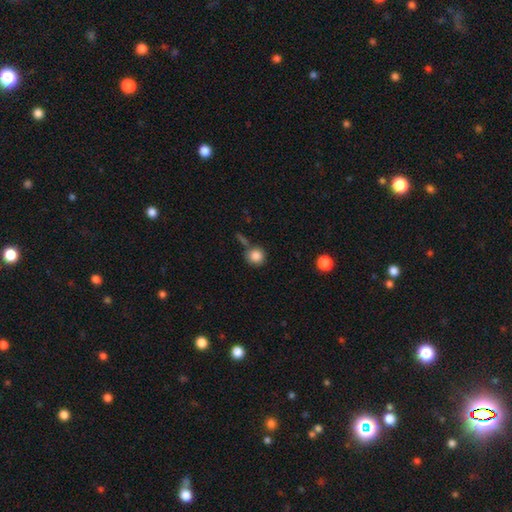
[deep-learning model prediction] smooth 85%, star or artifact 9%, featured or disk 5%. Down the decision tree: how rounded — round (91%); merging — none (71%).